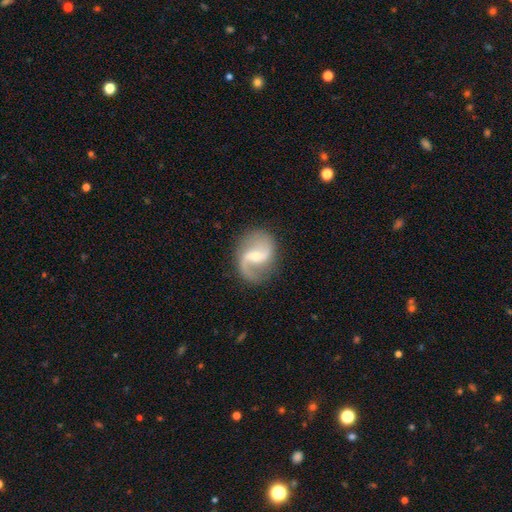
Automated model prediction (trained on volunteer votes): Smooth or featured: featured or disk — 88% (smooth — 7%)
Edge-on disk: no — 98% (yes — 2%)
Bar: weak — 54% (no — 26%)
Spiral arms: yes — 97% (no — 3%)
Spiral winding: loose — 56% (medium — 37%)
Spiral arm count: 2 — 89% (1 — 6%)
Bulge size: small — 50% (moderate — 42%)
Merging: none — 79% (minor disturbance — 13%)